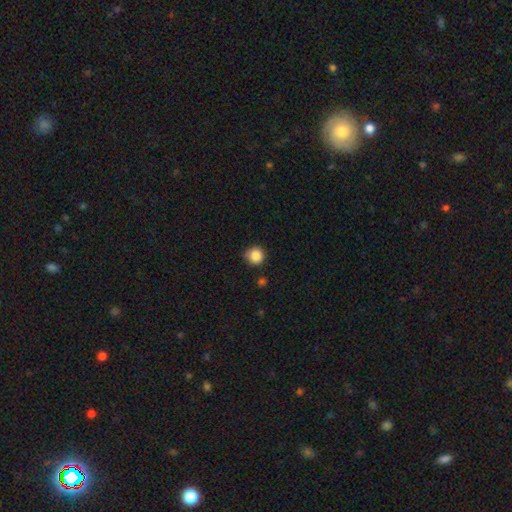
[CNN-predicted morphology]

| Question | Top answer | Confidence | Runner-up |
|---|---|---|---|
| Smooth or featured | smooth | 86% | star or artifact (10%) |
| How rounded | round | 92% | in between (7%) |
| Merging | none | 78% | minor disturbance (16%) |